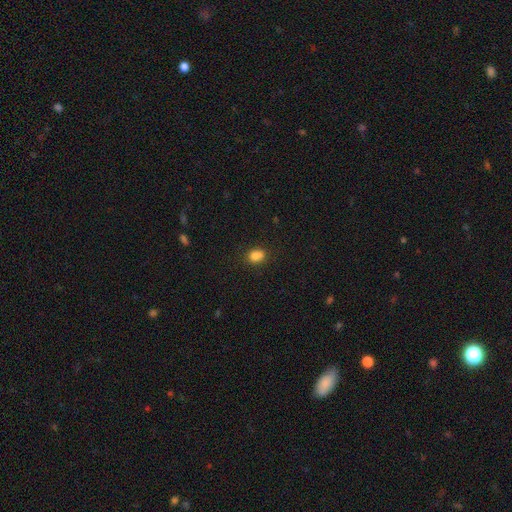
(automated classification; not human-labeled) Smooth or featured? Predicted: smooth (p=0.82). How rounded? Predicted: in between (p=0.56). Merging? Predicted: none (p=0.65).